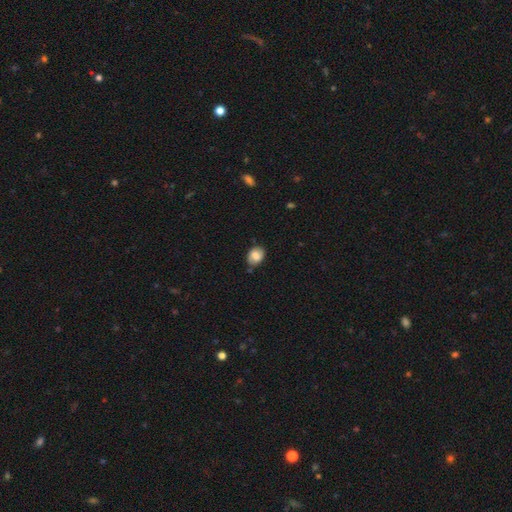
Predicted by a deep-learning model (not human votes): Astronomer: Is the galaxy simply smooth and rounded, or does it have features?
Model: smooth — 75%.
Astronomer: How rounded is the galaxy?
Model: in between — 65%.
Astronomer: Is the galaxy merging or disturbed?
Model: none — 74%.